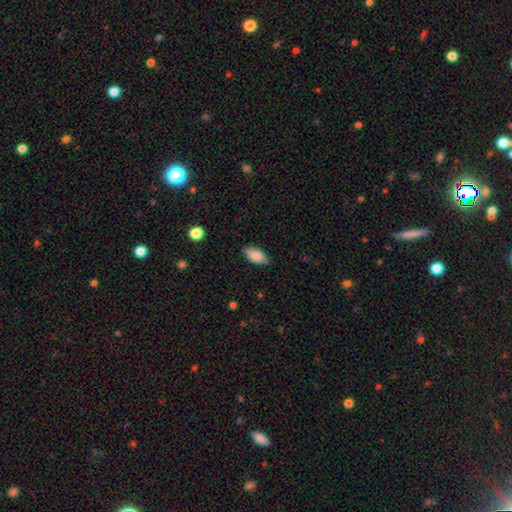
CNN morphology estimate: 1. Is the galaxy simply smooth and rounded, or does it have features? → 86% smooth, 7% featured or disk, 7% star or artifact.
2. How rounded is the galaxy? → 91% in between, 6% cigar-shaped, 3% round.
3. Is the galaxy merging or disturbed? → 84% none, 12% minor disturbance, 2% major disturbance, 1% merger.